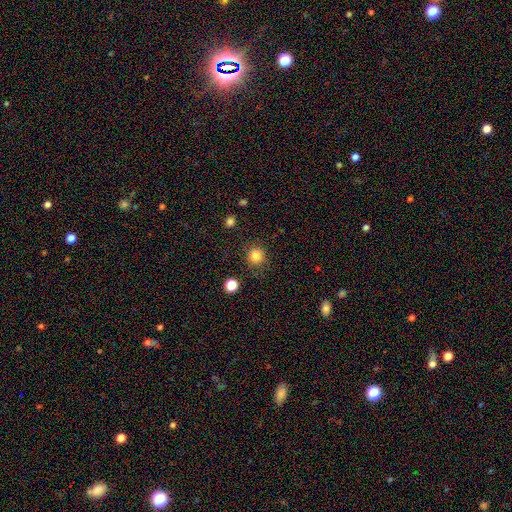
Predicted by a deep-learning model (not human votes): This appears to be a smooth galaxy with no disk features (84%) that is round (91%). Merging: none (83%).